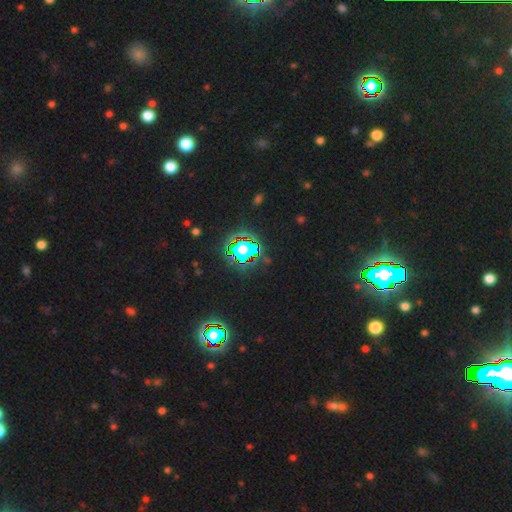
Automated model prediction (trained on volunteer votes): A star or artifact, not a galaxy (81%).

Vote fractions:
- Smooth or featured? star or artifact: 81% / smooth: 11% / featured or disk: 8%